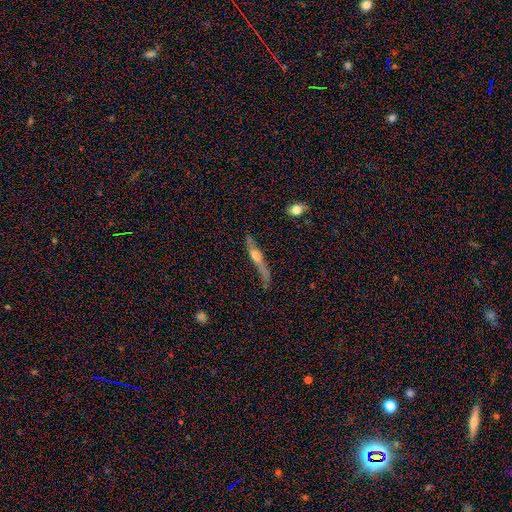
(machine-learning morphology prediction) smooth-or-featured: featured or disk: 69% | smooth: 22% | star or artifact: 9%
  disk-edge-on: yes: 91% | no: 9%
    edge-on-bulge: rounded: 90% | none: 5% | boxy: 4%
  merging: none: 70% | minor disturbance: 19% | major disturbance: 7% | merger: 3%